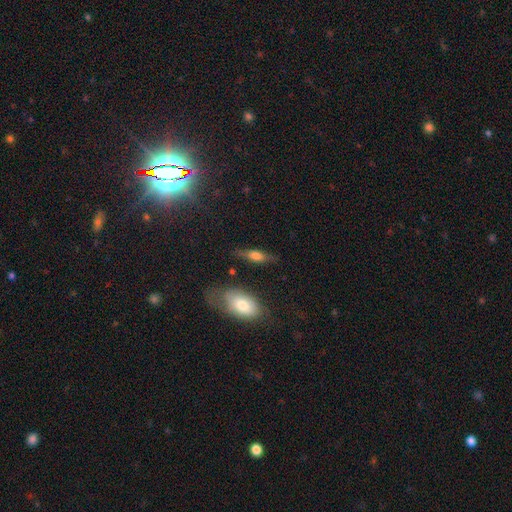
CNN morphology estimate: A smooth galaxy with no disk features (47%).

Vote fractions:
- Smooth or featured? smooth: 47% / featured or disk: 44% / star or artifact: 9%
- Merging? none: 72% / minor disturbance: 18% / major disturbance: 6% / merger: 4%